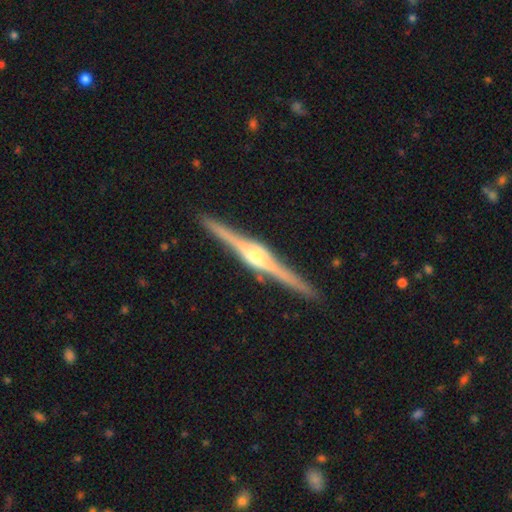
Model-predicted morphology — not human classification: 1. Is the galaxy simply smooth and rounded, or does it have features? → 89% featured or disk, 7% smooth, 4% star or artifact.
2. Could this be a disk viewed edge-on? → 99% yes, 1% no.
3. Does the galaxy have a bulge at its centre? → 88% rounded, 9% boxy, 3% none.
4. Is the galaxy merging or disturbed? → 92% none, 6% minor disturbance, 1% major disturbance, 1% merger.